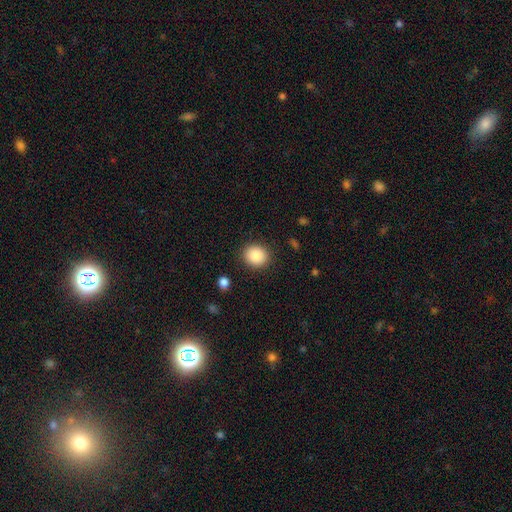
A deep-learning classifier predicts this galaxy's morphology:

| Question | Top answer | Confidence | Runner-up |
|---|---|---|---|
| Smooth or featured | smooth | 87% | star or artifact (9%) |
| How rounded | round | 78% | in between (21%) |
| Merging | none | 89% | minor disturbance (7%) |